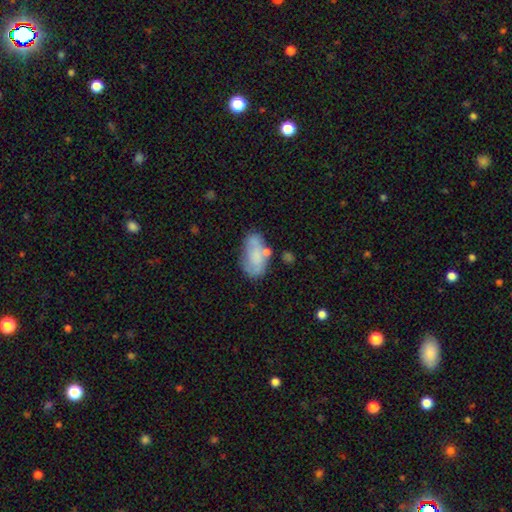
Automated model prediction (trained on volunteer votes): This appears to be a smooth galaxy with no disk features (60%) that is in between round and cigar-shaped (91%). Merging: none (48%).